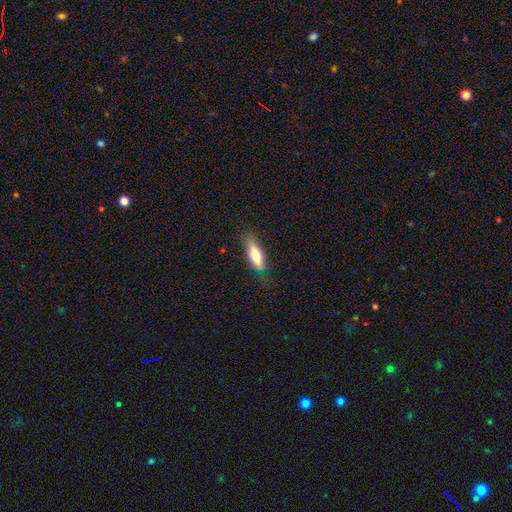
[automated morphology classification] smooth 70%, featured or disk 23%, star or artifact 6%. Down the decision tree: how rounded — in between (56%); merging — none (71%).